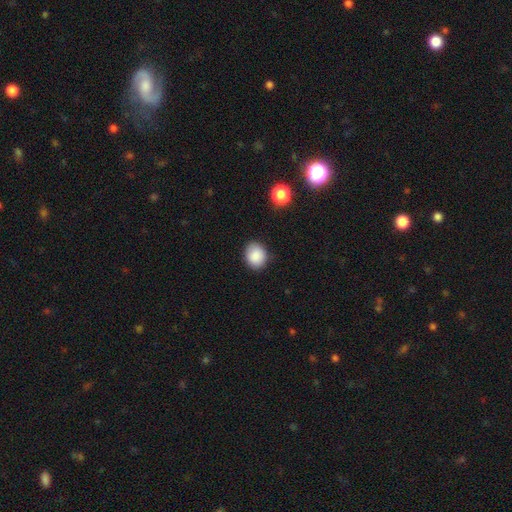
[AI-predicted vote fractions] A smooth galaxy with no disk features (88%) that is round (55%). Merging: none (84%).